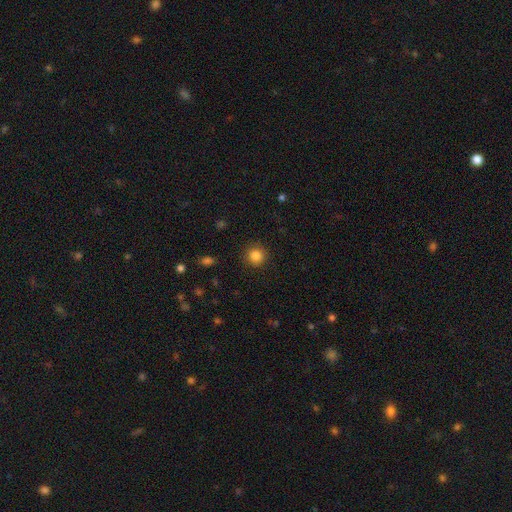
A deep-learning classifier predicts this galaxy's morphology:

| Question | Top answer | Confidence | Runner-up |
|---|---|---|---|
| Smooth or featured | smooth | 85% | star or artifact (11%) |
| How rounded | round | 94% | in between (5%) |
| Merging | none | 91% | minor disturbance (6%) |